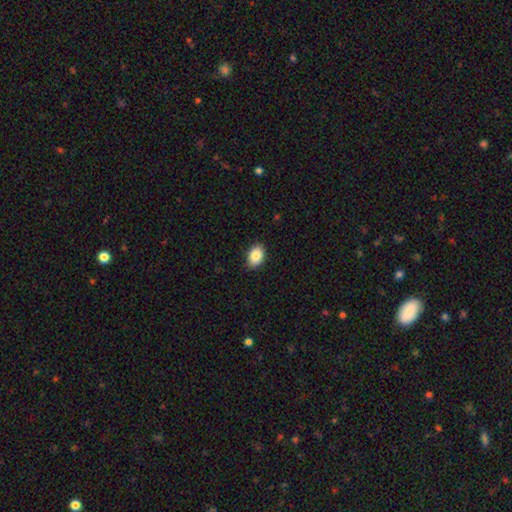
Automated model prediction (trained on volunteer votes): This appears to be a smooth galaxy with no disk features (86%) that is in between round and cigar-shaped (86%). Merging: none (88%).